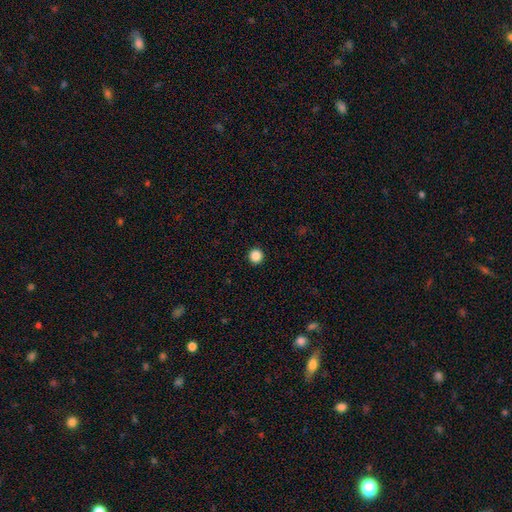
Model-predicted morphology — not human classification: Q: Smooth or featured?
A: smooth (87%); runner-up: star or artifact (10%)
Q: How rounded?
A: round (96%); runner-up: in between (3%)
Q: Merging?
A: none (94%); runner-up: minor disturbance (4%)